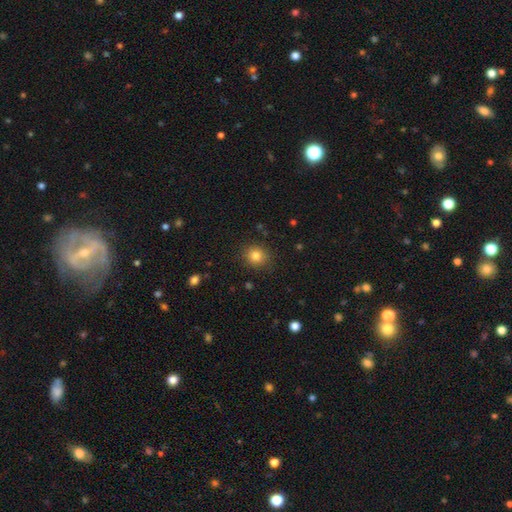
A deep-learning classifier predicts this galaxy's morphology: A smooth galaxy with no disk features (82%) that is round (84%).

Vote fractions:
- Smooth or featured? smooth: 82% / star or artifact: 12% / featured or disk: 6%
- How rounded? round: 84% / in between: 15% / cigar-shaped: 1%
- Merging? none: 87% / minor disturbance: 9% / major disturbance: 3% / merger: 1%